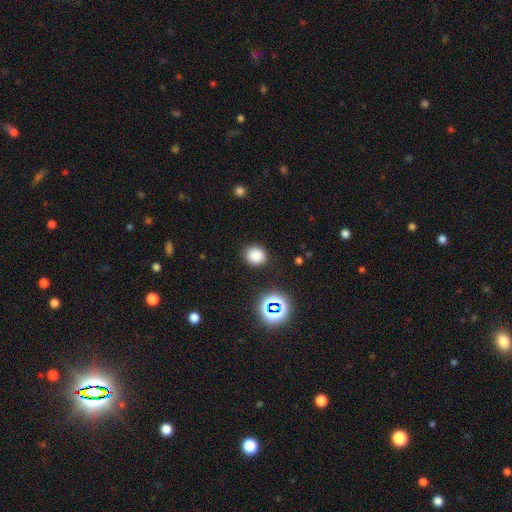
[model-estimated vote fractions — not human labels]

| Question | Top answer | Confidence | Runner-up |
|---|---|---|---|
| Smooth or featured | smooth | 80% | star or artifact (16%) |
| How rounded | round | 76% | in between (23%) |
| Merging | none | 87% | minor disturbance (8%) |